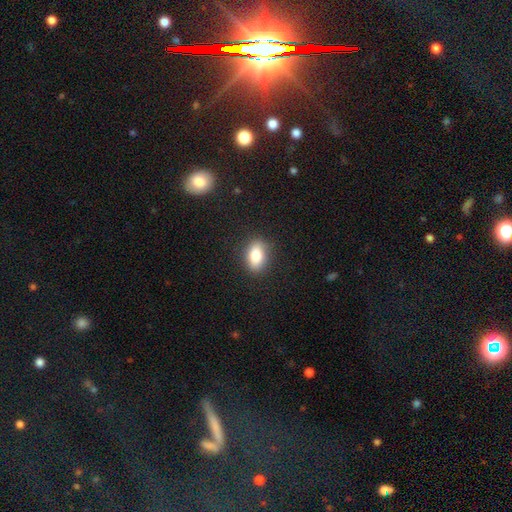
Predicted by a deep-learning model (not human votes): smooth-or-featured: smooth: 81% | featured or disk: 11% | star or artifact: 8%
  how-rounded: in between: 81% | round: 16% | cigar-shaped: 3%
  merging: none: 87% | minor disturbance: 9% | major disturbance: 3% | merger: 1%